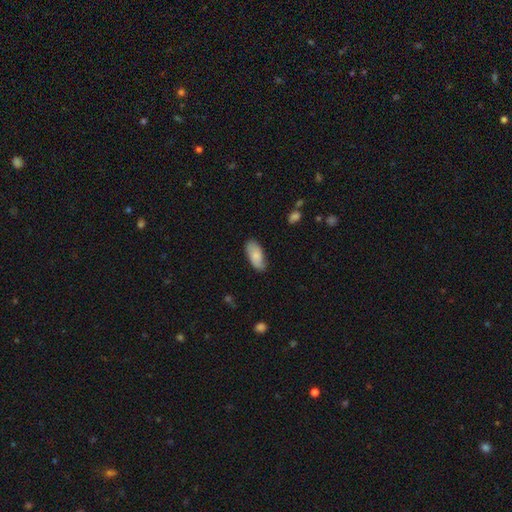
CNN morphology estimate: This appears to be a smooth galaxy with no disk features (73%) that is in between round and cigar-shaped (90%). Merging: none (73%).